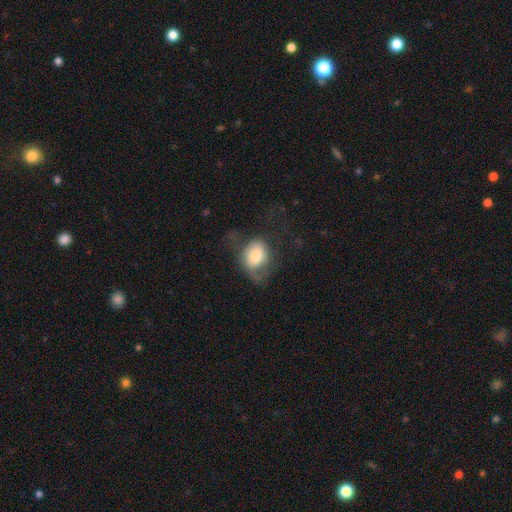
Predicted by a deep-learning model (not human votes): Smooth or featured? smooth (70%)
How rounded? in between (61%)
Merging? major disturbance (40%)